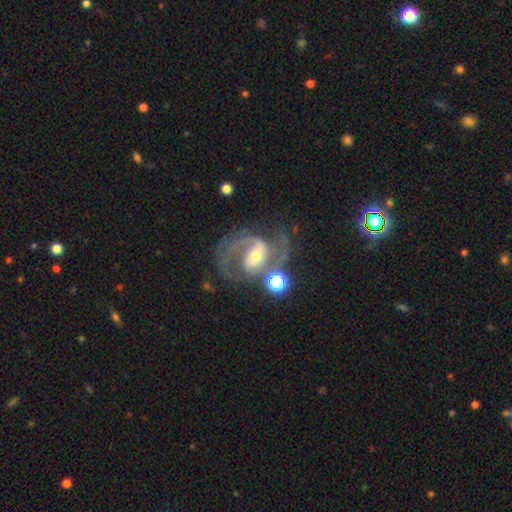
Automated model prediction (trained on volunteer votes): Smooth or featured?
  - featured or disk: 88% *
  - star or artifact: 6%
  - smooth: 6%
Edge-on disk?
  - no: 98% *
  - yes: 2%
Bar?
  - weak: 44% *
  - no: 29%
  - strong: 27%
Spiral arms?
  - yes: 96% *
  - no: 4%
Spiral winding?
  - medium: 59% *
  - loose: 22%
  - tight: 19%
Spiral arm count?
  - 2: 81% *
  - 1: 8%
  - can't tell: 5%
  - 3: 4%
  - 4: 1%
  - more than 4: 1%
Bulge size?
  - moderate: 51% *
  - small: 42%
  - large: 4%
  - none: 2%
  - dominant: 1%
Merging?
  - none: 53% *
  - major disturbance: 20%
  - minor disturbance: 18%
  - merger: 9%